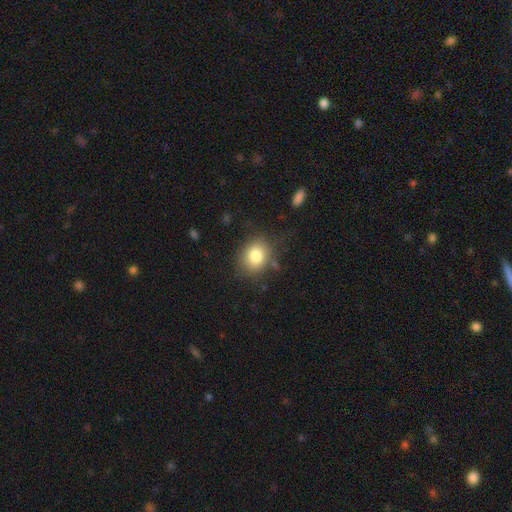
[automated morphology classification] smooth 81%, star or artifact 10%, featured or disk 9%. Down the decision tree: how rounded — round (62%); merging — none (77%).